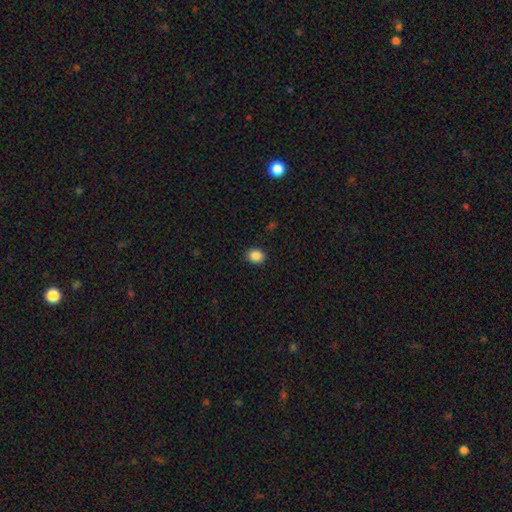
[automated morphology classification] smooth-or-featured: smooth: 87% | star or artifact: 10% | featured or disk: 3%
  how-rounded: round: 68% | in between: 31% | cigar-shaped: 1%
  merging: none: 90% | minor disturbance: 7% | major disturbance: 2% | merger: 1%